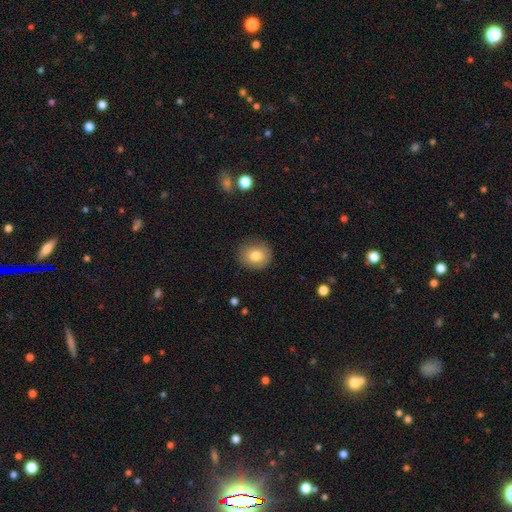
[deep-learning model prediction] Q: Smooth or featured?
A: smooth (79%); runner-up: featured or disk (13%)
Q: How rounded?
A: round (74%); runner-up: in between (26%)
Q: Merging?
A: none (83%); runner-up: minor disturbance (13%)